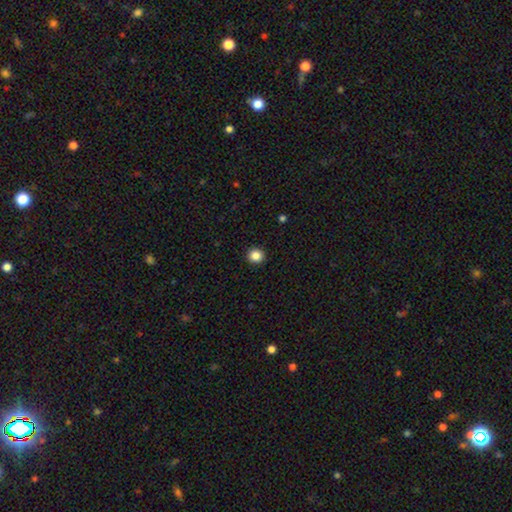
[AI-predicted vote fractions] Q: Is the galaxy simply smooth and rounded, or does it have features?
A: smooth — 86%.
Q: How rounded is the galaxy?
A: round — 91%.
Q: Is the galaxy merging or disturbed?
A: none — 93%.